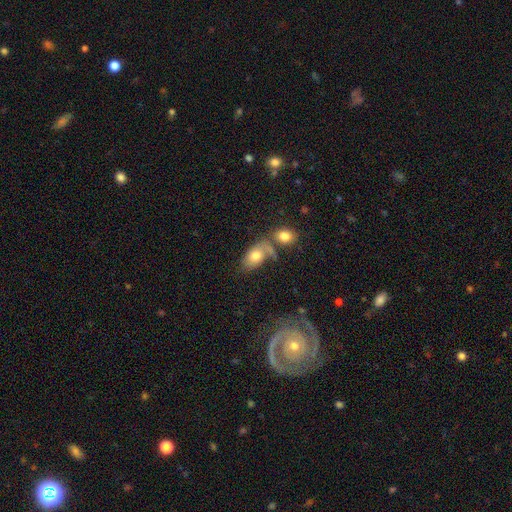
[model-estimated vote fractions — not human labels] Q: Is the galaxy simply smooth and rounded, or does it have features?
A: smooth — 72%.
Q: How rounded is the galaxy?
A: in between — 89%.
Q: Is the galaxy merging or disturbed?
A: none — 37%.